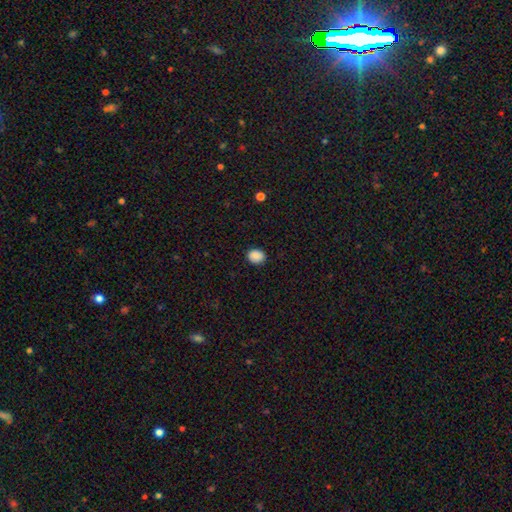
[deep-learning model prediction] Overall: smooth (89%). How rounded: round (56%; in between 43%). Merging: none (89%).